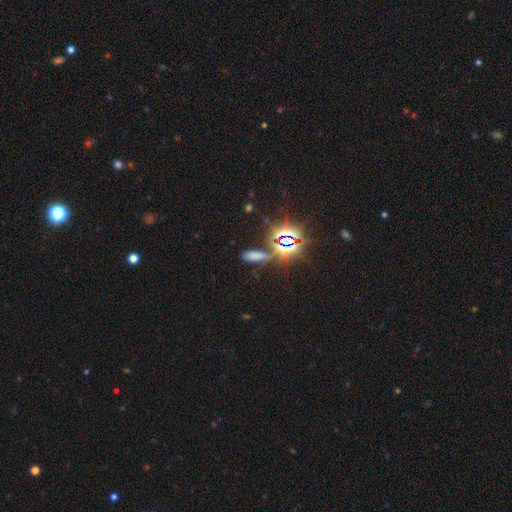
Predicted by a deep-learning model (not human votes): Smooth or featured?
  - smooth: 52% *
  - star or artifact: 39%
  - featured or disk: 9%
How rounded?
  - in between: 47% * (tied)
  - cigar-shaped: 47% * (tied)
  - round: 7%
Merging?
  - none: 73% *
  - minor disturbance: 13%
  - merger: 9%
  - major disturbance: 6%